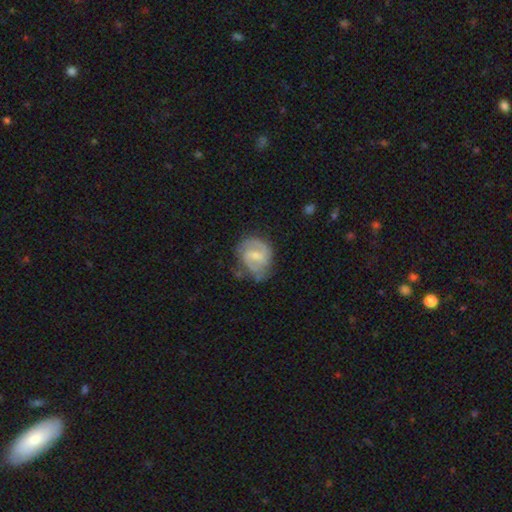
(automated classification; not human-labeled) Smooth or featured?
  - featured or disk: 77% *
  - smooth: 17%
  - star or artifact: 5%
Edge-on disk?
  - no: 98% *
  - yes: 2%
Bar?
  - weak: 63% *
  - no: 19%
  - strong: 18%
Spiral arms?
  - yes: 93% *
  - no: 7%
Spiral winding?
  - medium: 51% *
  - tight: 31%
  - loose: 18%
Spiral arm count?
  - 2: 79% *
  - can't tell: 10%
  - 3: 5%
  - 1: 4%
  - 4: 1%
  - more than 4: 1%
Bulge size?
  - small: 50% *
  - moderate: 38%
  - none: 8%
  - large: 2%
  - dominant: 1%
Merging?
  - none: 62% *
  - minor disturbance: 25%
  - major disturbance: 10%
  - merger: 2%